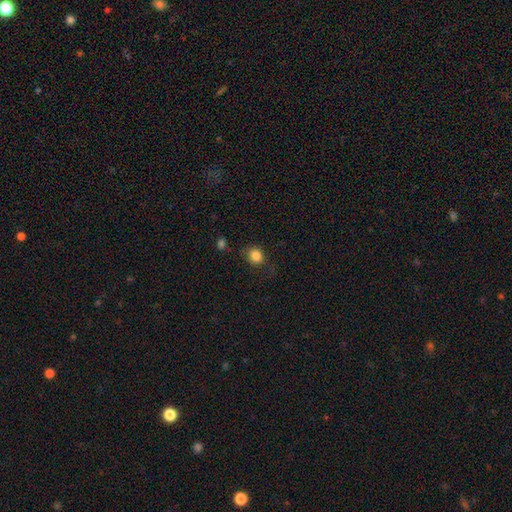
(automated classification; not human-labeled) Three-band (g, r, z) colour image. It shows a smooth galaxy with no disk features (84%) that is round (75%). Merging: none (76%).